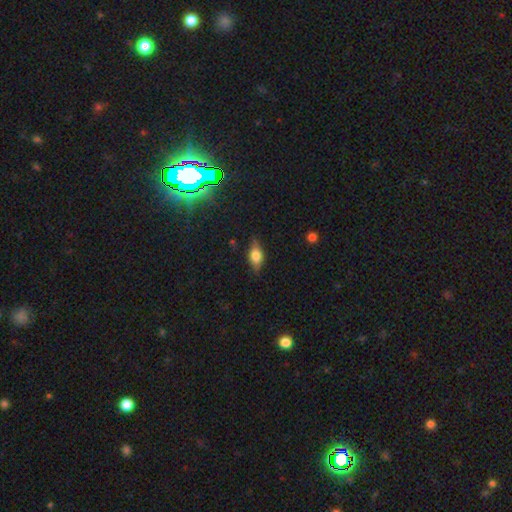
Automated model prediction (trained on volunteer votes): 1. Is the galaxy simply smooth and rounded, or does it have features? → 64% smooth, 27% featured or disk, 9% star or artifact.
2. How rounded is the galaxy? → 82% in between, 12% cigar-shaped, 6% round.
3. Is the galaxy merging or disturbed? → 80% none, 16% minor disturbance, 3% major disturbance, 1% merger.